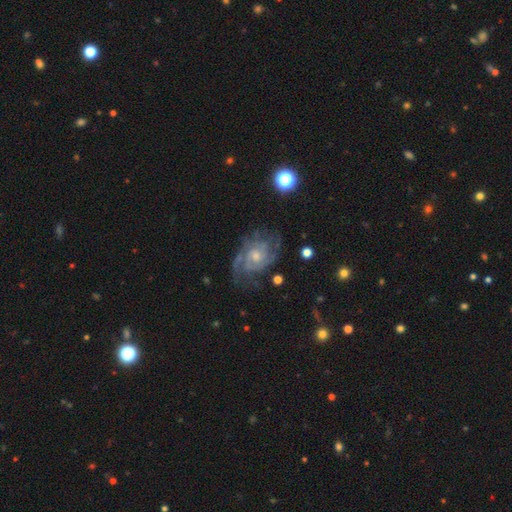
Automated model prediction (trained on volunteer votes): This appears to be a featured or disk galaxy (86%) with no bar (68%), 2 (40%) tight (55%) spiral arms (96%) and a small central bulge (49%). Merging: none (71%).